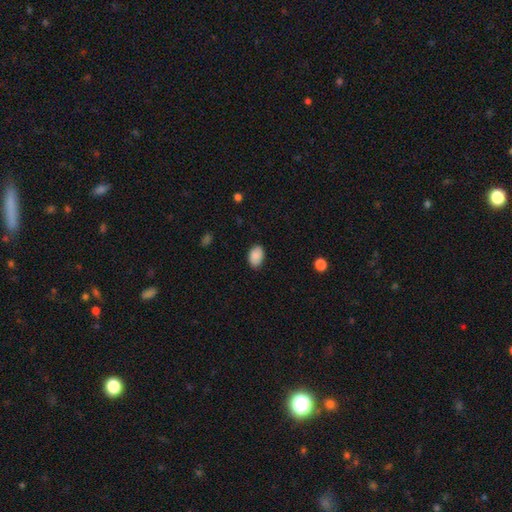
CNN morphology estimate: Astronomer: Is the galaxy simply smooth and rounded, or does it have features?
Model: smooth — 89%.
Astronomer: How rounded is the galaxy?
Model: in between — 89%.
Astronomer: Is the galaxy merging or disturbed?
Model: none — 84%.